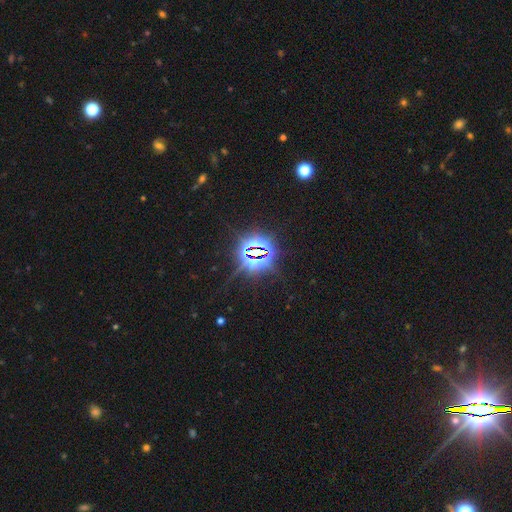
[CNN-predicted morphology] star or artifact 83%, smooth 9%, featured or disk 8%.